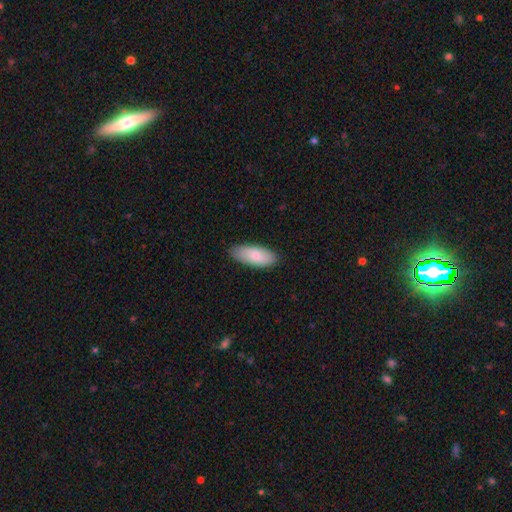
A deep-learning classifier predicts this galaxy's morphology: Smooth or featured? Predicted: smooth (p=0.80). How rounded? Predicted: in between (p=0.85). Merging? Predicted: none (p=0.85).